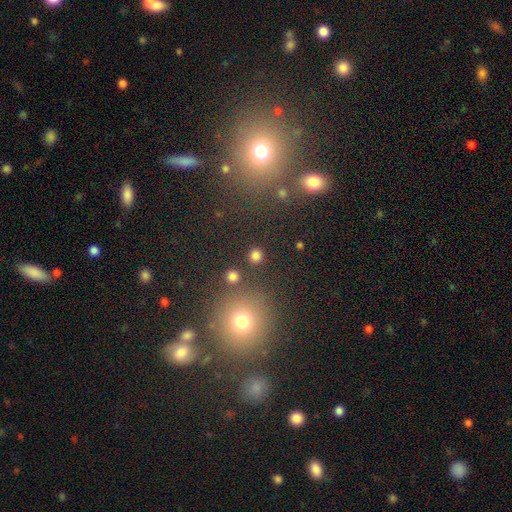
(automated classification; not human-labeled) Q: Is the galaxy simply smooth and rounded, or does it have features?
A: smooth — 80%.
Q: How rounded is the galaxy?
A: round — 90%.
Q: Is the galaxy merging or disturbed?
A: none — 88%.